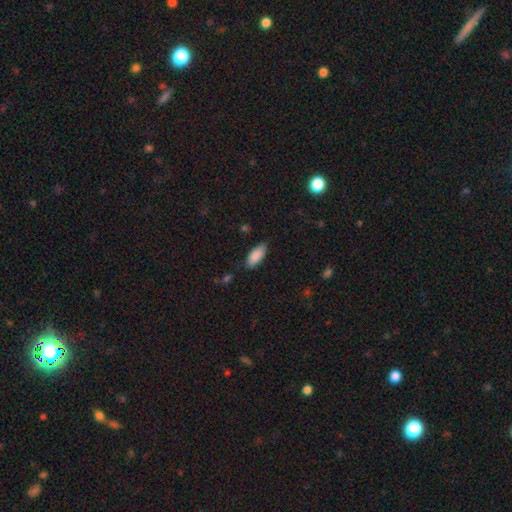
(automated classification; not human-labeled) Smooth or featured?
  - smooth: 88% *
  - star or artifact: 6%
  - featured or disk: 5%
How rounded?
  - in between: 86% *
  - cigar-shaped: 13%
  - round: 2%
Merging?
  - none: 79% *
  - minor disturbance: 17%
  - major disturbance: 3%
  - merger: 1%